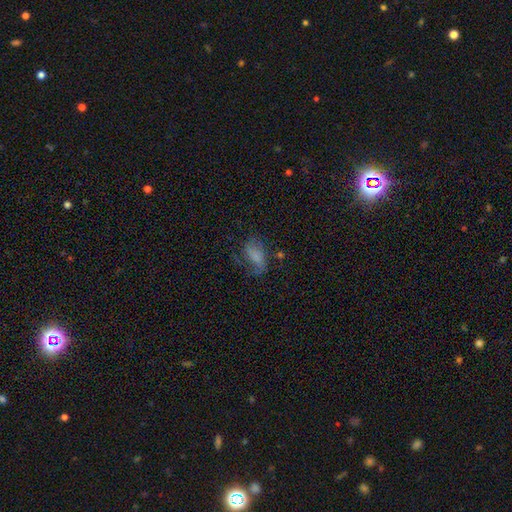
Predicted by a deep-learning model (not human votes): Q: Smooth or featured?
A: smooth (50%); runner-up: featured or disk (38%)
Q: Merging?
A: none (42%); runner-up: major disturbance (30%)